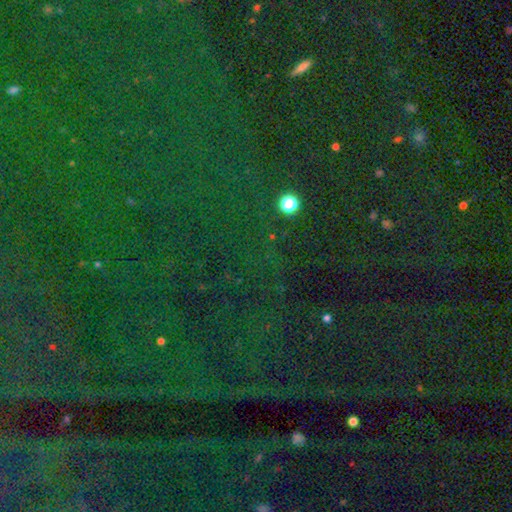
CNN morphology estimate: This is clearly a star or artifact rather than a galaxy (81%).